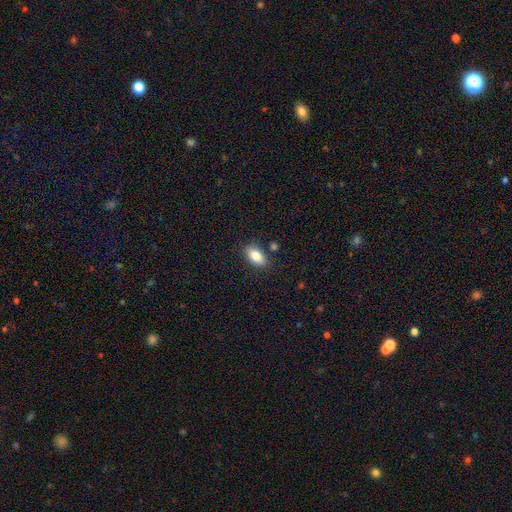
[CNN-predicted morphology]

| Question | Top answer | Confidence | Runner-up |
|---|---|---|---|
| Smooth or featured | smooth | 83% | featured or disk (9%) |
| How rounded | in between | 91% | round (7%) |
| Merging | none | 81% | minor disturbance (12%) |